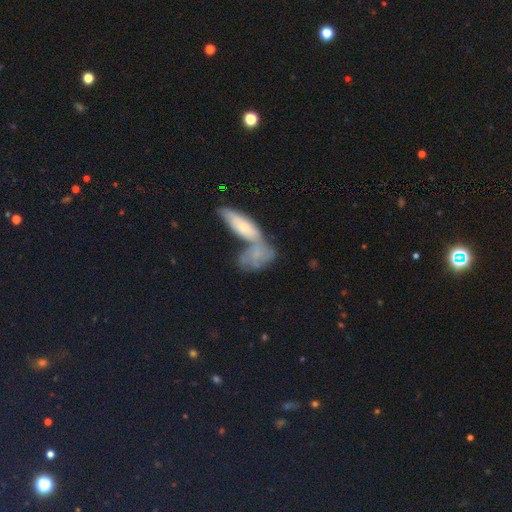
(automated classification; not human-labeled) smooth 56%, featured or disk 35%, star or artifact 9%. Down the decision tree: how rounded — in between (74%); merging — merger (58%).